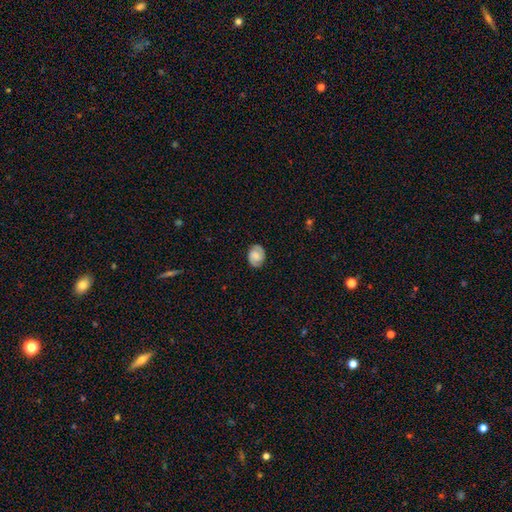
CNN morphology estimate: Overall: featured or disk (54%; smooth 38%). Edge-on disk: no (97%). Bar: no (45%; weak 43%). Spiral arms: yes (89%). Bulge size: moderate (31%; small 26%). Merging: none (85%).